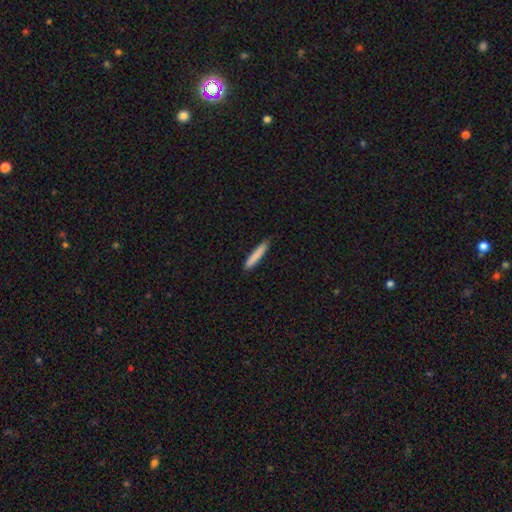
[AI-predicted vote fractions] Smooth or featured?
  - smooth: 84% *
  - featured or disk: 10%
  - star or artifact: 6%
How rounded?
  - cigar-shaped: 93% *
  - in between: 6%
  - round: 1%
Merging?
  - none: 85% *
  - minor disturbance: 12%
  - major disturbance: 2%
  - merger: 1%